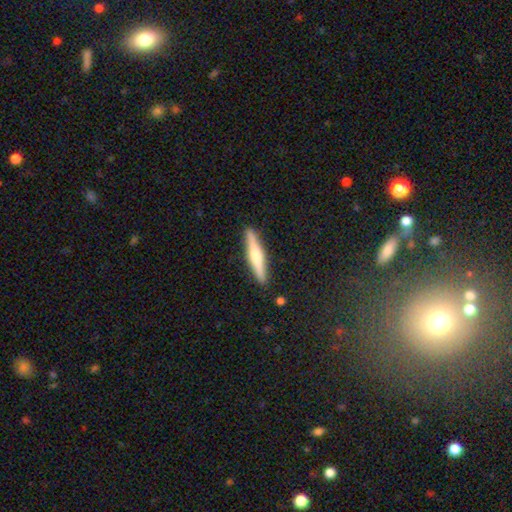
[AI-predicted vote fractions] Smooth or featured? featured or disk (52%)
Edge-on disk? yes (96%)
Merging? none (91%)